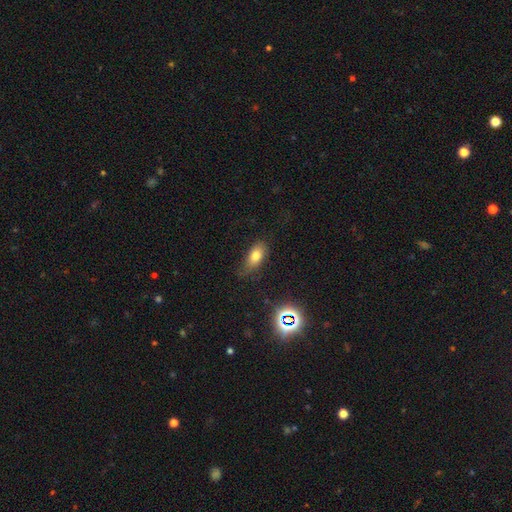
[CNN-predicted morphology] Smooth or featured? Predicted: smooth (p=0.73). How rounded? Predicted: in between (p=0.86). Merging? Predicted: none (p=0.63).